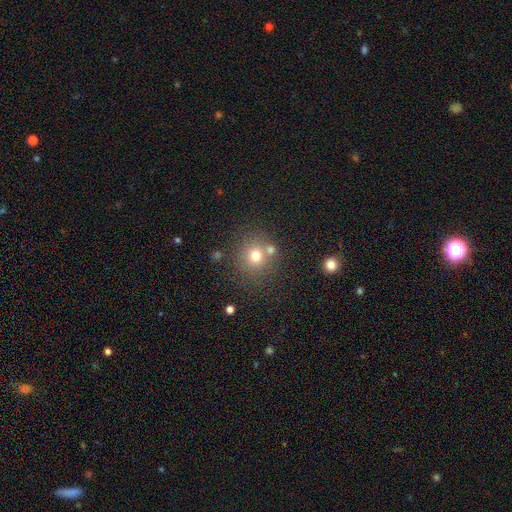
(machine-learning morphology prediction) A smooth galaxy with no disk features (71%) that is round (89%).

Vote fractions:
- Smooth or featured? smooth: 71% / star or artifact: 16% / featured or disk: 12%
- How rounded? round: 89% / in between: 10% / cigar-shaped: 1%
- Merging? none: 69% / merger: 18% / minor disturbance: 10% / major disturbance: 4%